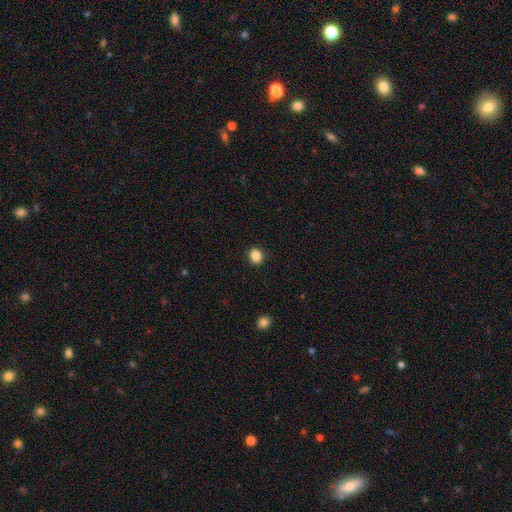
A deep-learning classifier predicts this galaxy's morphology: This appears to be a smooth galaxy with no disk features (87%) that is round (78%). Merging: none (91%).